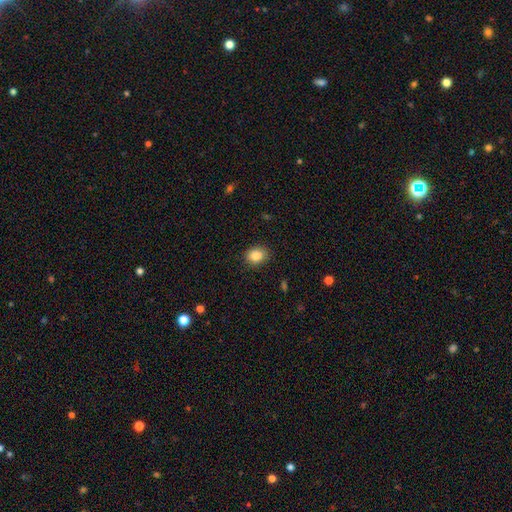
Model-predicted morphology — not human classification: This appears to be a smooth galaxy with no disk features (86%) that is in between round and cigar-shaped (52%). Merging: none (88%).